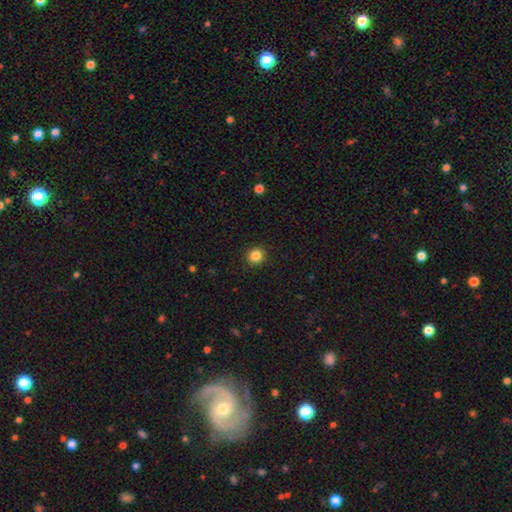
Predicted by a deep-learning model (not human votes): A smooth galaxy with no disk features (85%) that is round (91%). Merging: none (92%).